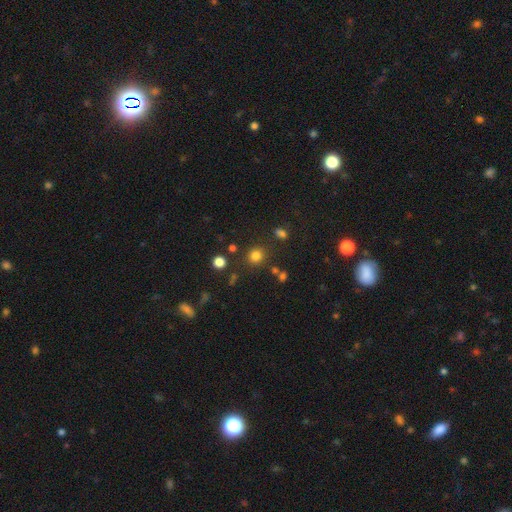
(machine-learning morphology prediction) Q: Smooth or featured?
A: smooth (79%); runner-up: star or artifact (16%)
Q: How rounded?
A: round (84%); runner-up: in between (15%)
Q: Merging?
A: none (82%); runner-up: minor disturbance (9%)